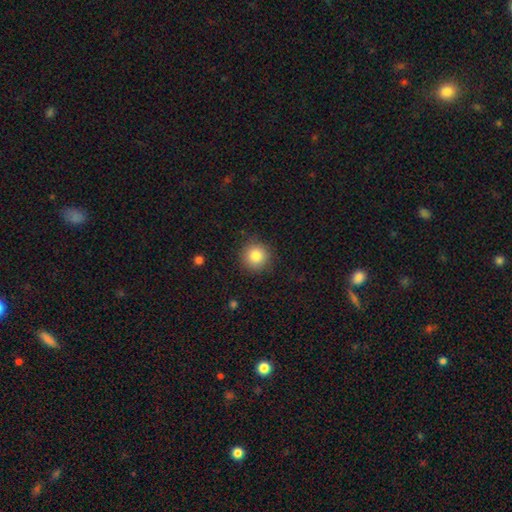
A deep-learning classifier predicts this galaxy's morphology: type=smooth (85%); roundness=round (94%); merging=none (89%).